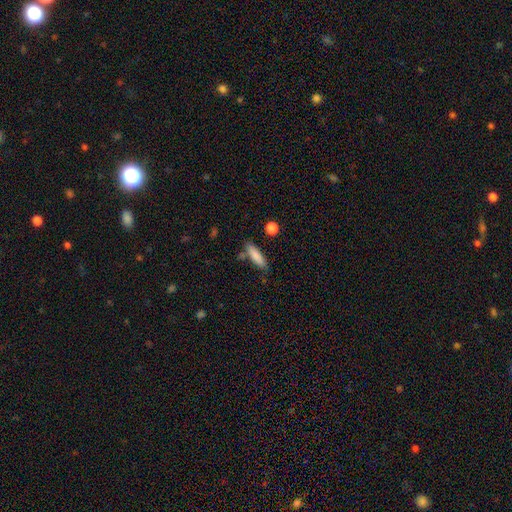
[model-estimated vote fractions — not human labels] Q: Smooth or featured?
A: smooth (85%); runner-up: featured or disk (8%)
Q: How rounded?
A: cigar-shaped (58%); runner-up: in between (40%)
Q: Merging?
A: none (77%); runner-up: minor disturbance (14%)